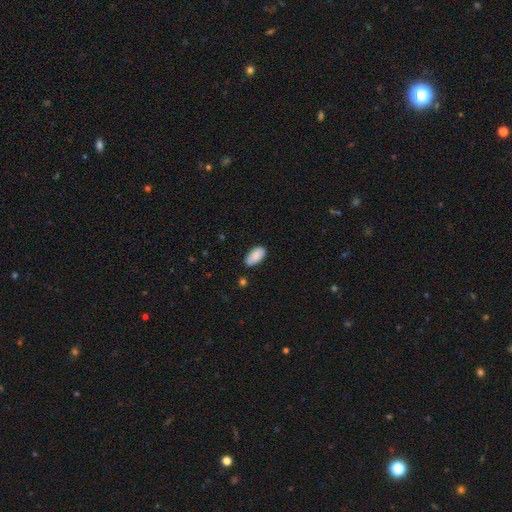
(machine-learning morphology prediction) The model was most divided on "merging": none: 74%, minor disturbance: 20%, major disturbance: 3%, merger: 3%. More confident: how rounded — in between (95%); smooth or featured — smooth (86%).